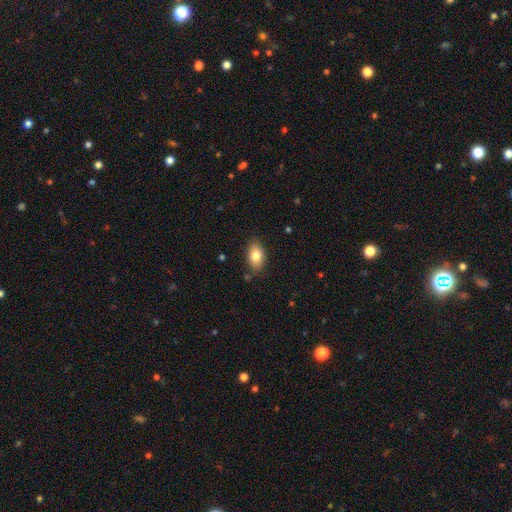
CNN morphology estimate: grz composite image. It shows a smooth galaxy with no disk features (81%) that is in between round and cigar-shaped (88%). Merging: none (83%).